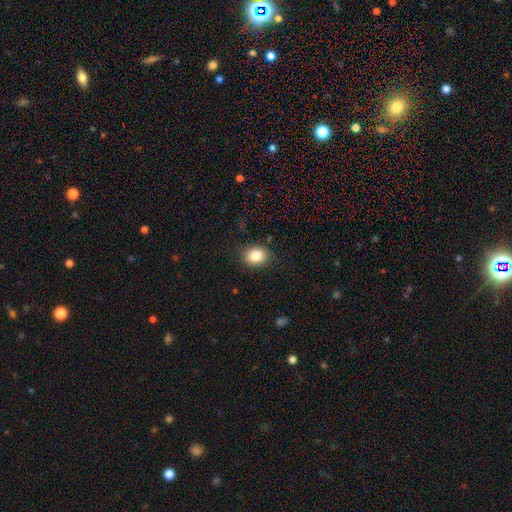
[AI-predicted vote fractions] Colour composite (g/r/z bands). It shows a smooth galaxy with no disk features (84%) that is in between round and cigar-shaped (50%). Merging: none (85%).